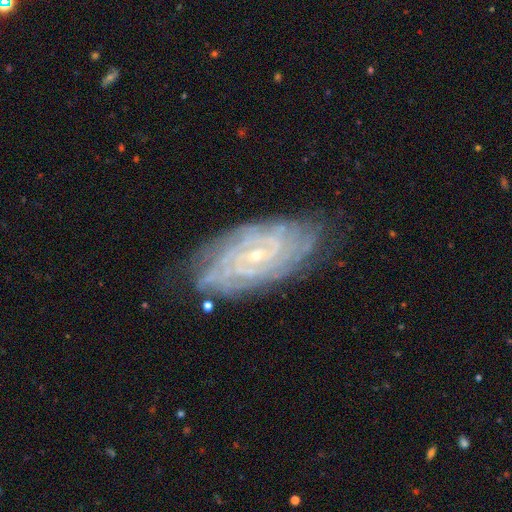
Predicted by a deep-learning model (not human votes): Smooth or featured: featured or disk — 86% (smooth — 7%)
Edge-on disk: no — 95% (yes — 5%)
Bar: no — 55% (weak — 33%)
Spiral arms: yes — 97% (no — 3%)
Spiral winding: tight — 79% (medium — 18%)
Spiral arm count: can't tell — 33% (4 — 20%)
Bulge size: small — 82% (moderate — 15%)
Merging: none — 78% (minor disturbance — 17%)